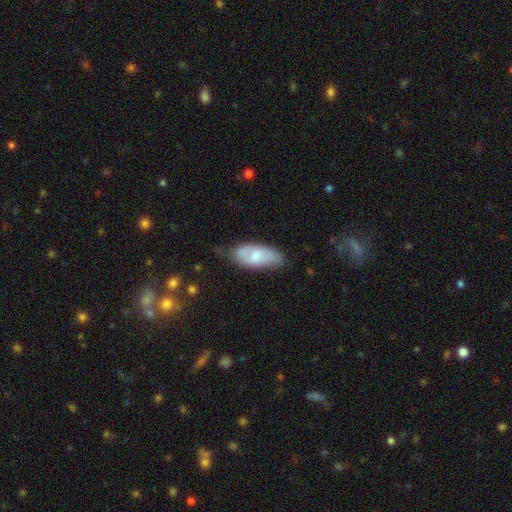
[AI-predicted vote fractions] The model was most divided on "merging": none: 61%, minor disturbance: 30%, major disturbance: 7%, merger: 2%. More confident: how rounded — in between (88%); smooth or featured — smooth (65%).